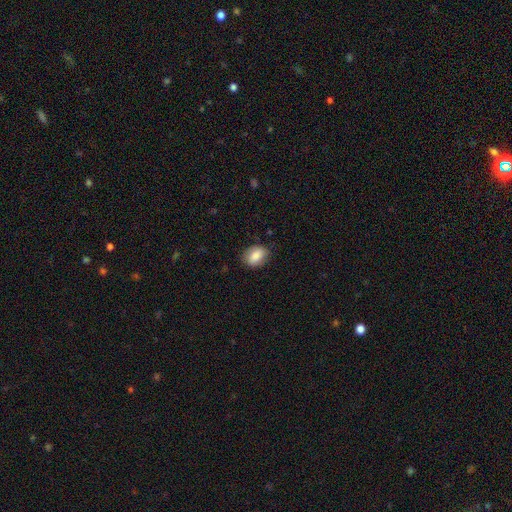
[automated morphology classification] smooth_or_featured: smooth (p=0.83) [alt: featured or disk p=0.09]
how_rounded: in between (p=0.74) [alt: round p=0.24]
merging: none (p=0.79) [alt: minor disturbance p=0.16]